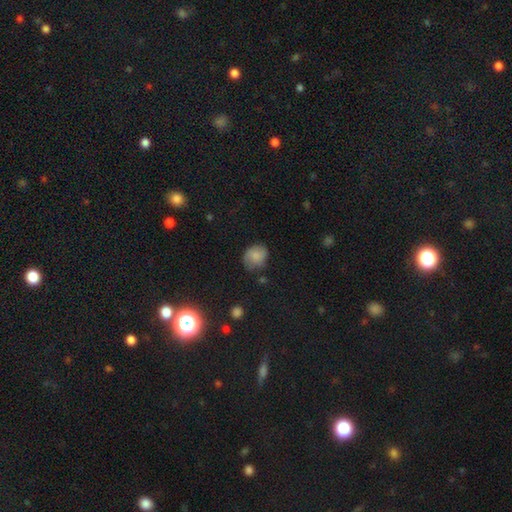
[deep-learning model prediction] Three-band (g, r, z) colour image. It shows a smooth galaxy with no disk features (74%) that is round (63%). Merging: none (64%).